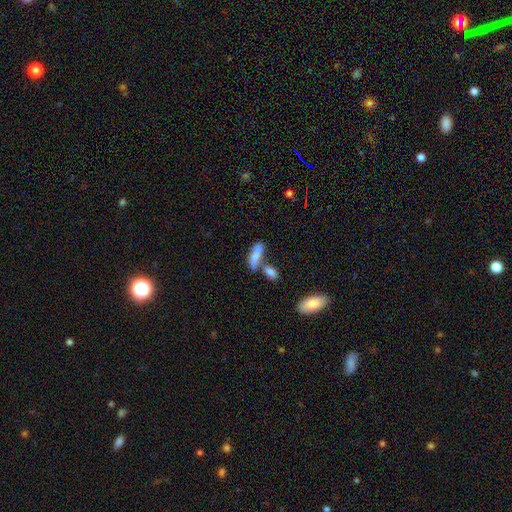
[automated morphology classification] Smooth or featured: smooth — 70% (featured or disk — 22%)
How rounded: in between — 61% (cigar-shaped — 36%)
Merging: merger — 42% (none — 36%)